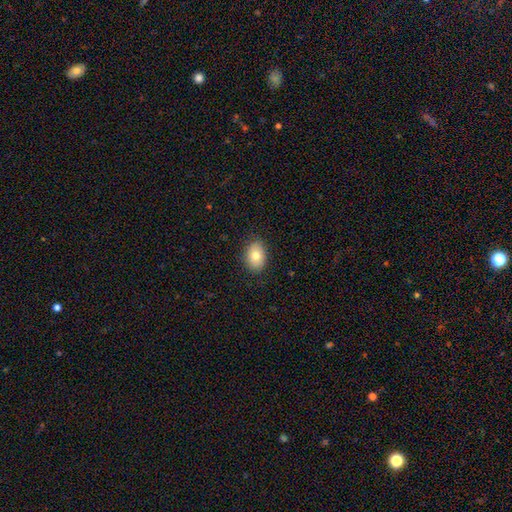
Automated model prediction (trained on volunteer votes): The model was most divided on "how rounded": in between: 76%, round: 23%, cigar-shaped: 1%. More confident: merging — none (86%); smooth or featured — smooth (78%).